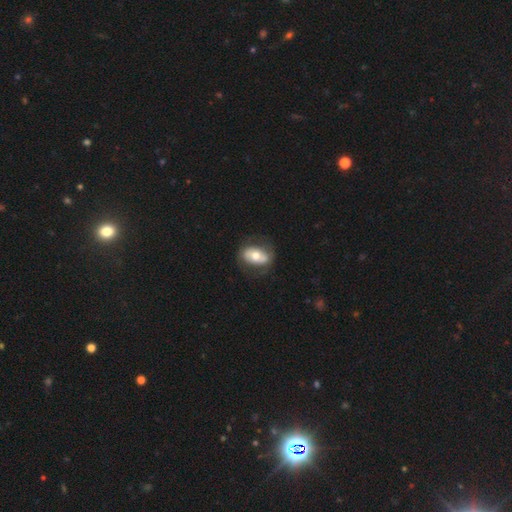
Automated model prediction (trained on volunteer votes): A smooth galaxy with no disk features (54%) that is in between round and cigar-shaped (84%). Merging: none (73%).